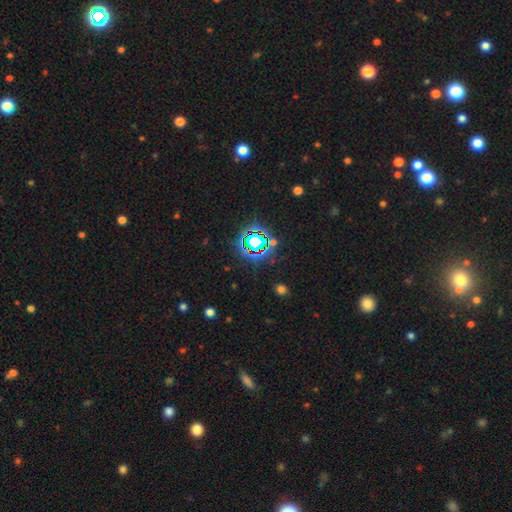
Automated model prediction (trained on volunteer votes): This is likely a star or artifact rather than a galaxy (65%).